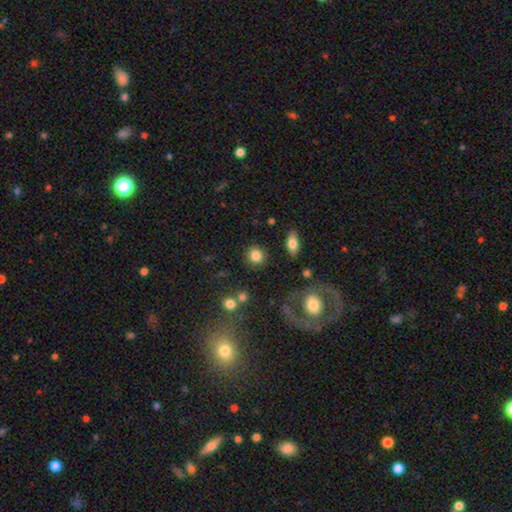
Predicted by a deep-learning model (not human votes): Morphology: type=smooth (84%); roundness=round (88%); merging=none (87%).